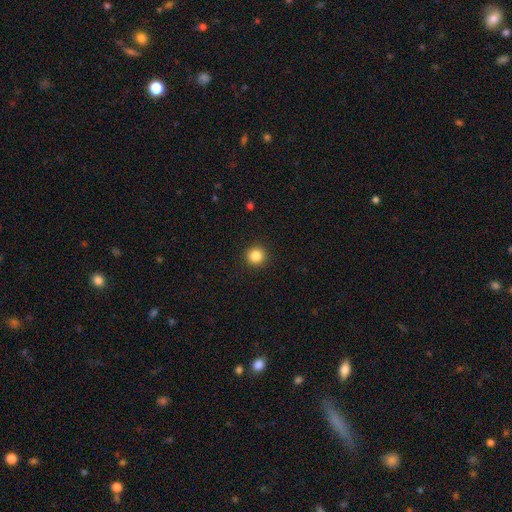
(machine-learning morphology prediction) Smooth or featured: smooth — 85% (star or artifact — 11%)
How rounded: round — 95% (in between — 4%)
Merging: none — 93% (minor disturbance — 5%)